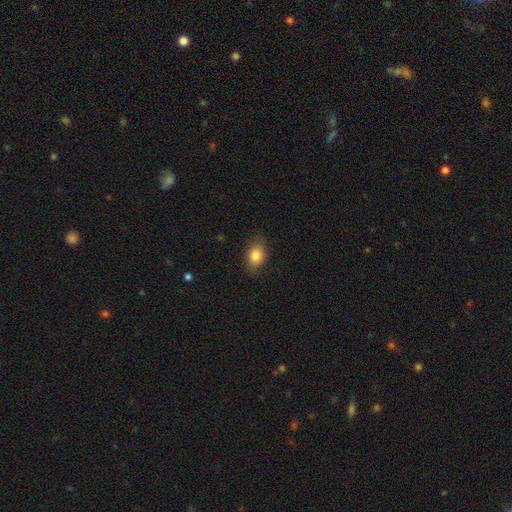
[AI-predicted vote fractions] Smooth or featured?
  - smooth: 83% *
  - star or artifact: 9%
  - featured or disk: 8%
How rounded?
  - in between: 67% *
  - round: 32%
  - cigar-shaped: 1%
Merging?
  - none: 79% *
  - minor disturbance: 16%
  - major disturbance: 4%
  - merger: 1%